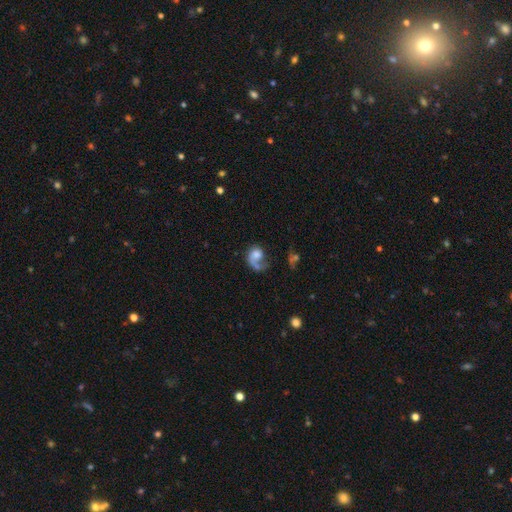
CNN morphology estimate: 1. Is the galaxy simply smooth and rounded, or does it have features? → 54% featured or disk, 37% smooth, 9% star or artifact.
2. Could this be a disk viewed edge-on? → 98% no, 2% yes.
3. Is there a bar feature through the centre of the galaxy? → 80% no, 17% weak, 3% strong.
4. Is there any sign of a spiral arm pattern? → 79% yes, 21% no.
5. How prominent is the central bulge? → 34% moderate, 25% large, 19% small, 15% none, 6% dominant.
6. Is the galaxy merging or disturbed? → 46% major disturbance, 30% none, 14% minor disturbance, 9% merger.